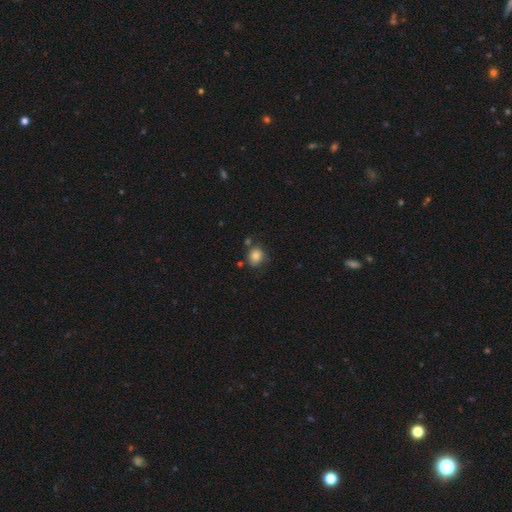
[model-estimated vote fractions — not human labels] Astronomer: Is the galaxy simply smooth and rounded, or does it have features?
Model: smooth — 82%.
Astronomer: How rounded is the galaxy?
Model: round — 72%.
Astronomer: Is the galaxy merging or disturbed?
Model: none — 69%.